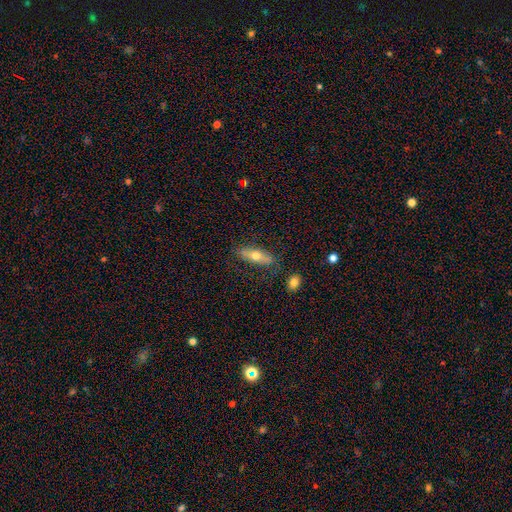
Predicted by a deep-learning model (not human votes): smooth-or-featured: smooth: 59% | featured or disk: 35% | star or artifact: 7%
  how-rounded: in between: 54% | cigar-shaped: 43% | round: 3%
  merging: none: 79% | minor disturbance: 14% | merger: 4% | major disturbance: 3%